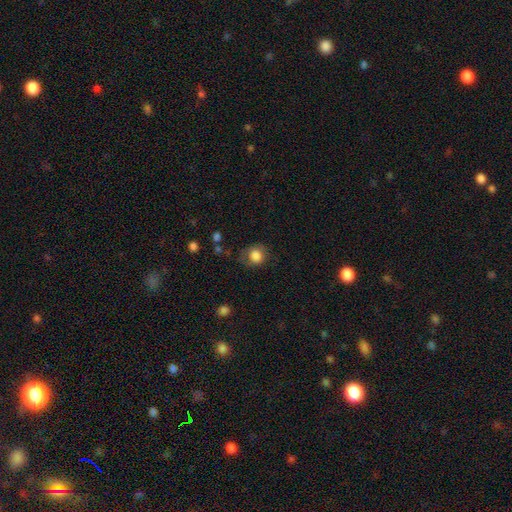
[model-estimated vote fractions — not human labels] smooth 83%, star or artifact 9%, featured or disk 8%. Down the decision tree: how rounded — round (74%); merging — none (64%).